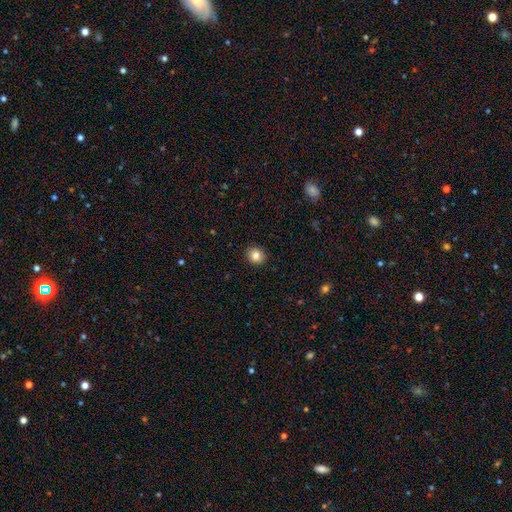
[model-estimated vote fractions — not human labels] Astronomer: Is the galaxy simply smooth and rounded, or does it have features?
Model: smooth — 83%.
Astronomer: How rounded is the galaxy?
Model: round — 82%.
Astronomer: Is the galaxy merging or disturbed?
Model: none — 92%.